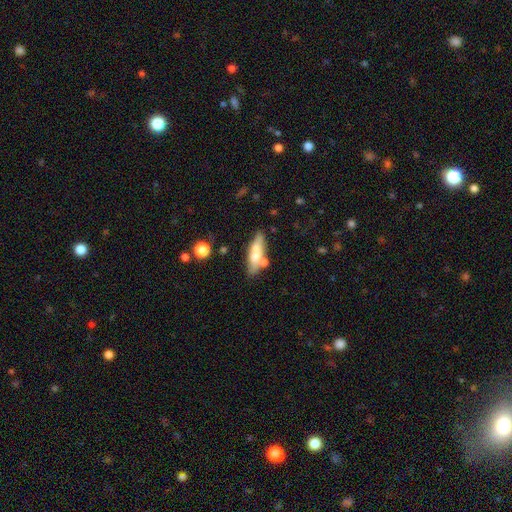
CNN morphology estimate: A smooth galaxy with no disk features (56%) that is cigar-shaped (52%).

Vote fractions:
- Smooth or featured? smooth: 56% / featured or disk: 38% / star or artifact: 7%
- How rounded? cigar-shaped: 52% / in between: 45% / round: 3%
- Merging? none: 62% / merger: 17% / minor disturbance: 16% / major disturbance: 5%